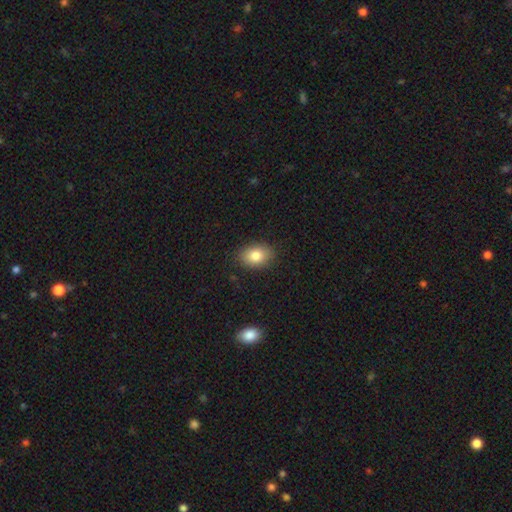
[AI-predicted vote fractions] This is clearly a smooth galaxy (82%). How rounded: clearly in between (80%). Merging: clearly none (87%).